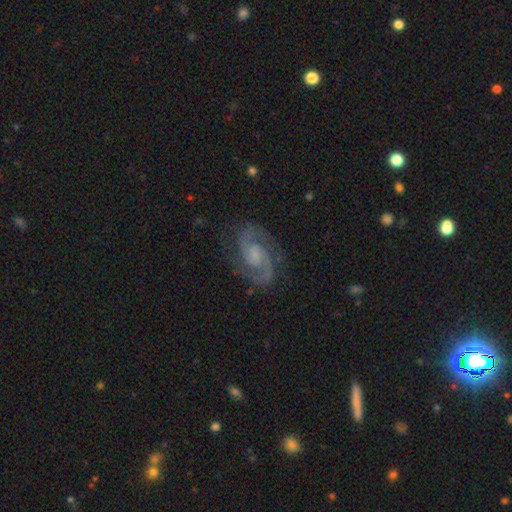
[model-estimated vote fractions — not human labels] Smooth or featured? Predicted: featured or disk (p=0.91). Edge-on disk? Predicted: no (p=0.98). Bar? Predicted: no (p=0.46). Spiral arms? Predicted: yes (p=0.98). Spiral winding? Predicted: medium (p=0.60). Spiral arm count? Predicted: 2 (p=0.93). Bulge size? Predicted: small (p=0.41). Merging? Predicted: none (p=0.82).